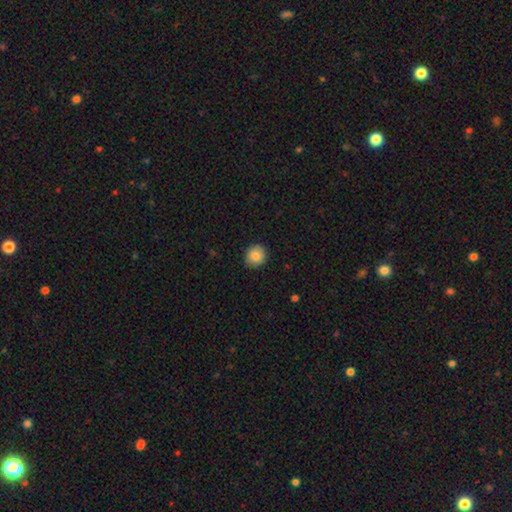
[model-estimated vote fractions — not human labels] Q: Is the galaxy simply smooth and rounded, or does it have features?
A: smooth — 86%.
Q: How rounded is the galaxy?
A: round — 78%.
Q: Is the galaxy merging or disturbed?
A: none — 86%.